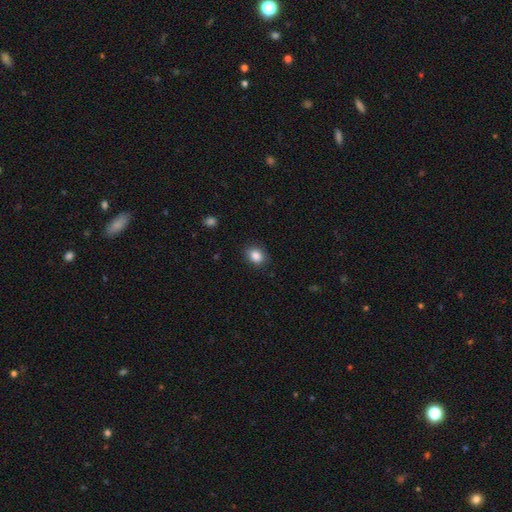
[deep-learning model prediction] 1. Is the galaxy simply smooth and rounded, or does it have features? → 86% smooth, 9% star or artifact, 4% featured or disk.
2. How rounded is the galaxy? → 55% in between, 44% round, 1% cigar-shaped.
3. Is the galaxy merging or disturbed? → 86% none, 11% minor disturbance, 3% major disturbance, 1% merger.